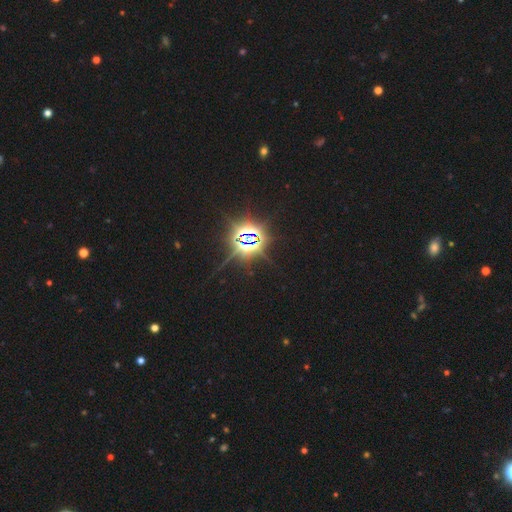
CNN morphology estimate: Overall: star or artifact (86%).